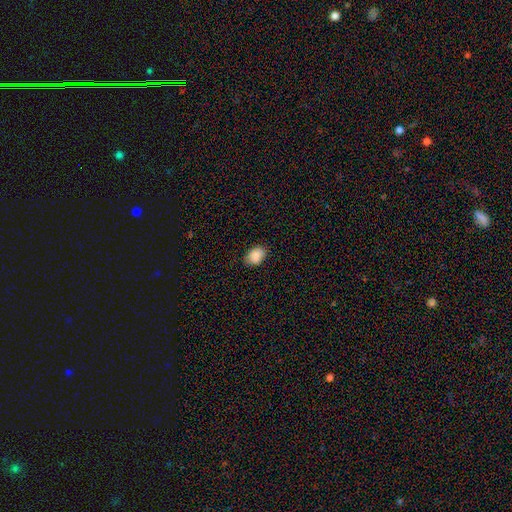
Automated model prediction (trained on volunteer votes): A smooth galaxy with no disk features (89%) that is in between round and cigar-shaped (79%). Merging: none (82%).